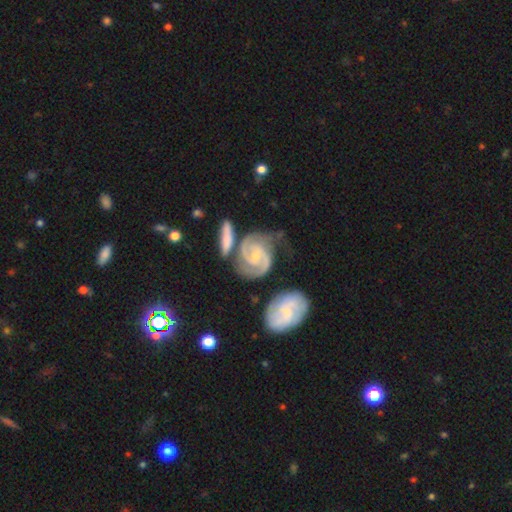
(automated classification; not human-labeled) Smooth or featured? featured or disk (90%)
Edge-on disk? no (97%)
Bar? no (44%)
Spiral arms? yes (98%)
Spiral winding? tight (49%)
Spiral arm count? 2 (72%)
Bulge size? small (64%)
Merging? none (50%)